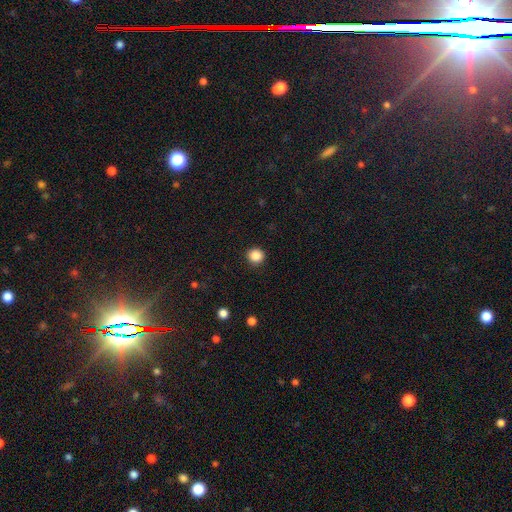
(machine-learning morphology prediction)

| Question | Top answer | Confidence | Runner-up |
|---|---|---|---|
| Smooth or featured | smooth | 88% | star or artifact (10%) |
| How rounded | round | 92% | in between (7%) |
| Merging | none | 91% | minor disturbance (6%) |